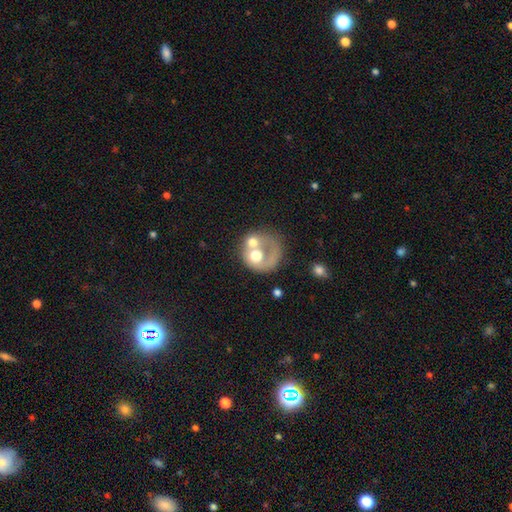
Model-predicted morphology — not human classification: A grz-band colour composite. It shows a featured or disk galaxy (47%). Merging: merger (48%).